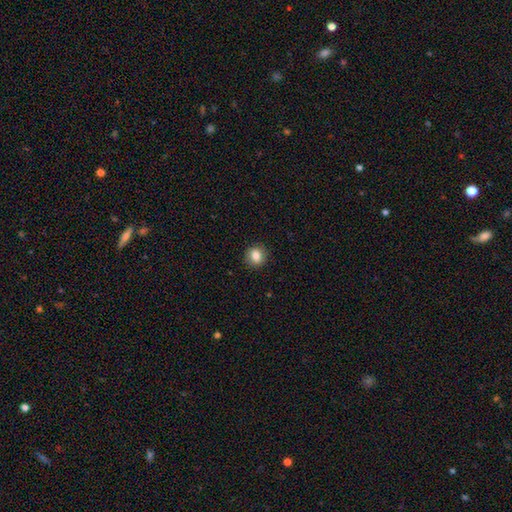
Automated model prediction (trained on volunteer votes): smooth_or_featured: smooth (p=0.83) [alt: star or artifact p=0.10]
how_rounded: round (p=0.82) [alt: in between p=0.17]
merging: none (p=0.91) [alt: minor disturbance p=0.06]